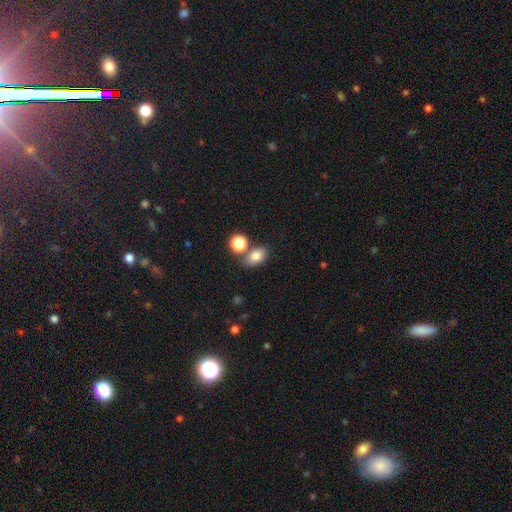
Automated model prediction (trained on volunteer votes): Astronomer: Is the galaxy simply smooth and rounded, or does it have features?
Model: smooth — 80%.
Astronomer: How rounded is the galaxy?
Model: in between — 80%.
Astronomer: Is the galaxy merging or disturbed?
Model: none — 65%.